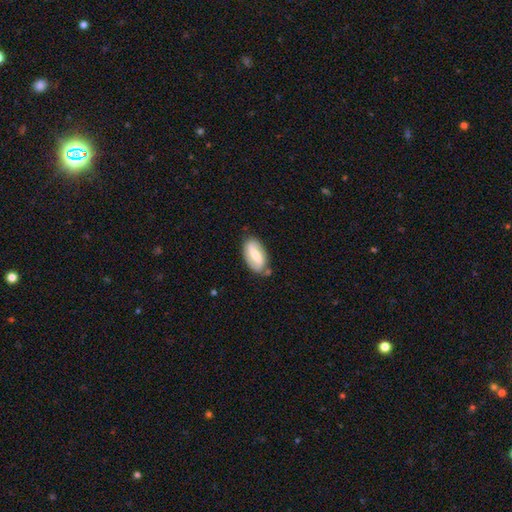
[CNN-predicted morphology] Smooth or featured?
  - featured or disk: 51% *
  - smooth: 44%
  - star or artifact: 6%
Edge-on disk?
  - no: 88% *
  - yes: 12%
Merging?
  - none: 77% *
  - minor disturbance: 16%
  - major disturbance: 4%
  - merger: 3%